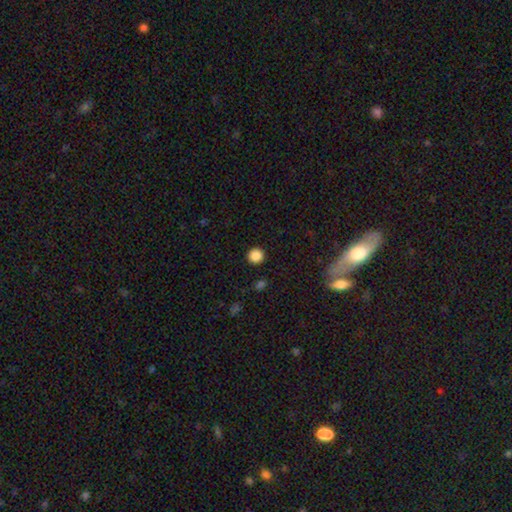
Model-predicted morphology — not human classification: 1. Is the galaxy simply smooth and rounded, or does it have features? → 86% smooth, 11% star or artifact, 3% featured or disk.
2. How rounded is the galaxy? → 95% round, 4% in between, 1% cigar-shaped.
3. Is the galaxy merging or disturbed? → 93% none, 4% minor disturbance, 2% major disturbance, 1% merger.